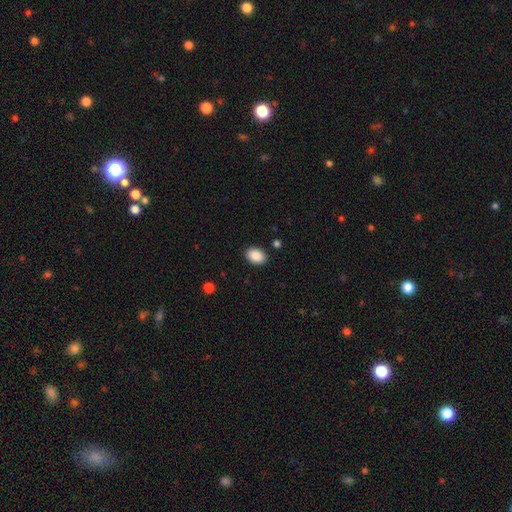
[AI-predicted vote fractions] Overall: smooth (89%). How rounded: in between (81%). Merging: none (89%).